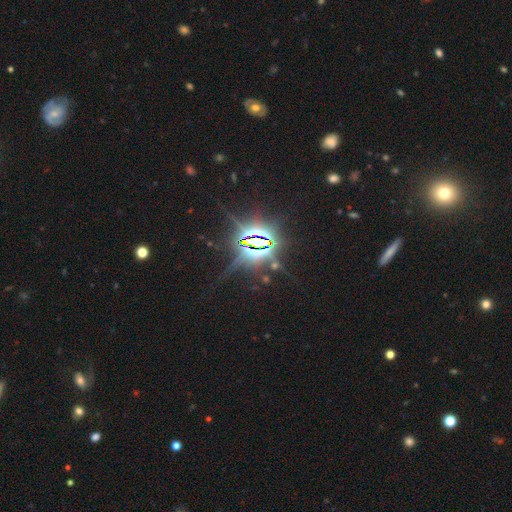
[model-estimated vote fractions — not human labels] This is clearly a star or artifact rather than a galaxy (85%).